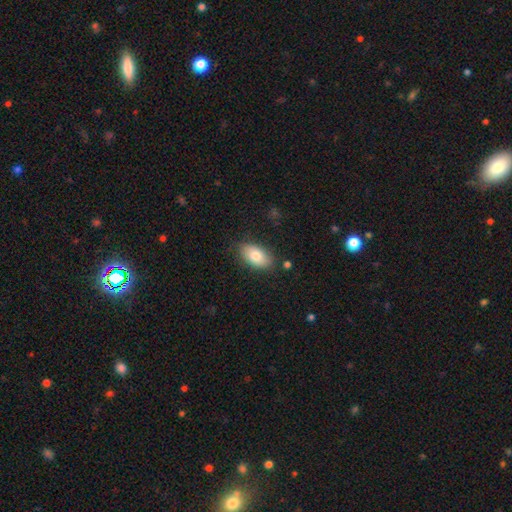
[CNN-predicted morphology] Smooth or featured? smooth (79%)
How rounded? in between (92%)
Merging? none (82%)